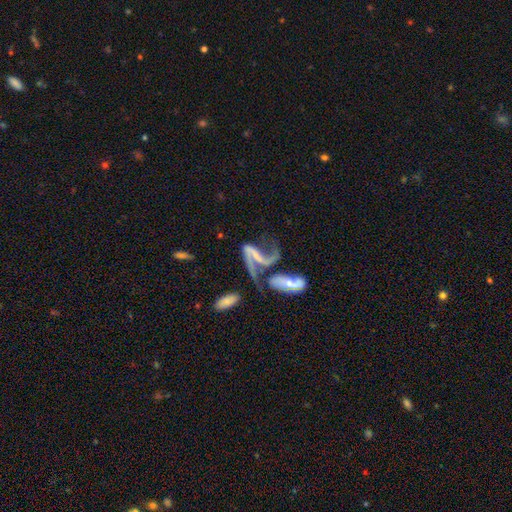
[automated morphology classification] A featured or disk galaxy (79%) with a strong bar (39%), 2 (77%) loose (81%) spiral arms (84%) and no central bulge (52%). Merging: merger (44%).